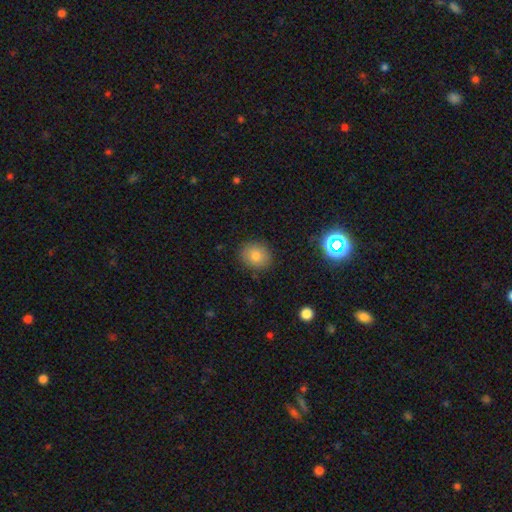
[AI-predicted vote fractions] Overall: smooth (79%). How rounded: round (73%). Merging: none (87%).